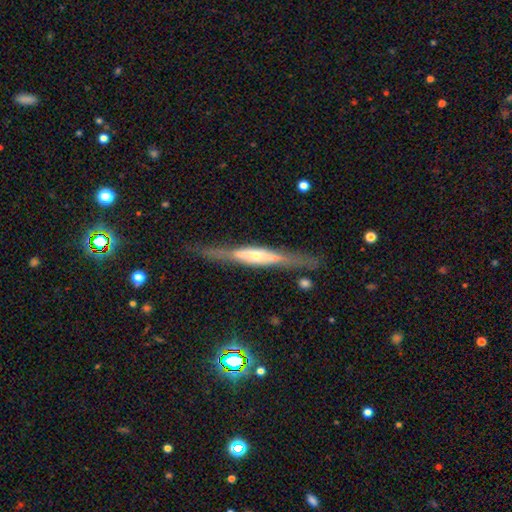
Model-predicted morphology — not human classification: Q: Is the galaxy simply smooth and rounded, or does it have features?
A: featured or disk — 77%.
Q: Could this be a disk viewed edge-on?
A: yes — 91%.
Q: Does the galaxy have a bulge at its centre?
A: rounded — 69%.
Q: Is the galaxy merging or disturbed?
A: none — 79%.